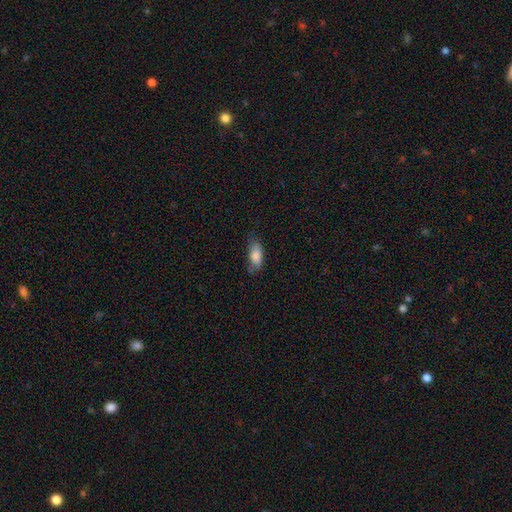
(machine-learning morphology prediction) A smooth galaxy with no disk features (84%) that is in between round and cigar-shaped (83%).

Vote fractions:
- Smooth or featured? smooth: 84% / featured or disk: 9% / star or artifact: 7%
- How rounded? in between: 83% / cigar-shaped: 14% / round: 2%
- Merging? none: 66% / minor disturbance: 26% / major disturbance: 6% / merger: 1%